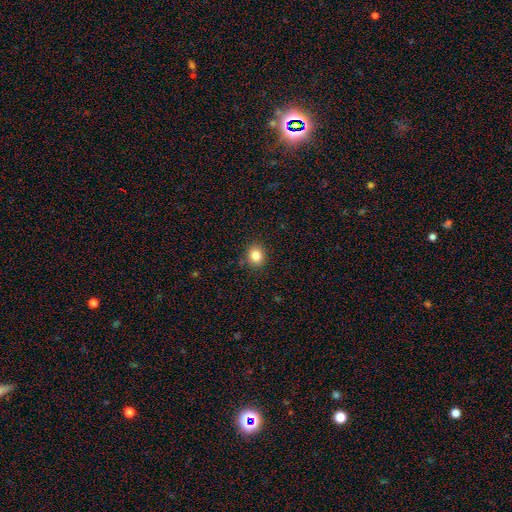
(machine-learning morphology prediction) This is clearly a smooth galaxy (83%). How rounded: likely round (76%). Merging: clearly none (89%).